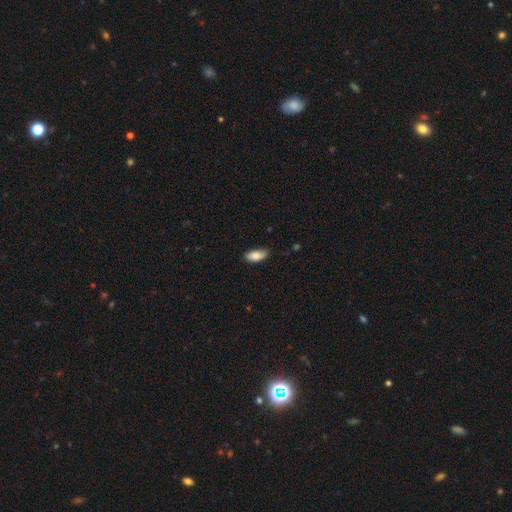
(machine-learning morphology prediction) smooth_or_featured: smooth (p=0.86) [alt: featured or disk p=0.08]
how_rounded: in between (p=0.90) [alt: cigar-shaped p=0.07]
merging: none (p=0.74) [alt: minor disturbance p=0.22]